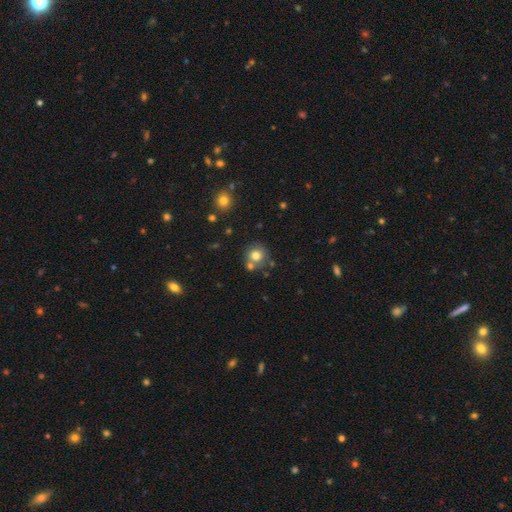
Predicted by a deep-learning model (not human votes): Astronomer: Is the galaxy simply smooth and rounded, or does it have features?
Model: smooth — 76%.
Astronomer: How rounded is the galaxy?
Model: round — 90%.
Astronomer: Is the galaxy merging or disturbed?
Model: none — 67%.